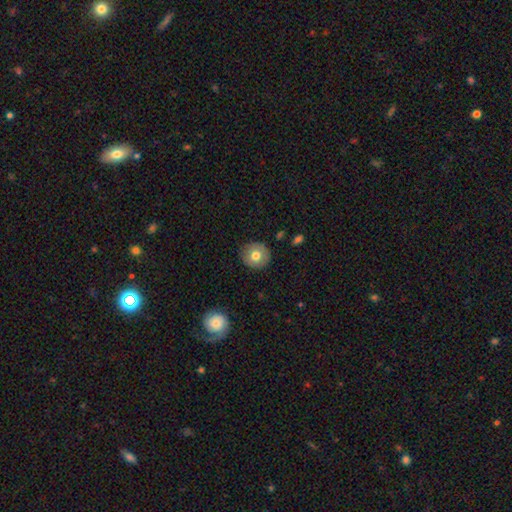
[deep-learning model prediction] A smooth galaxy with no disk features (73%) that is round (89%). Merging: none (88%).